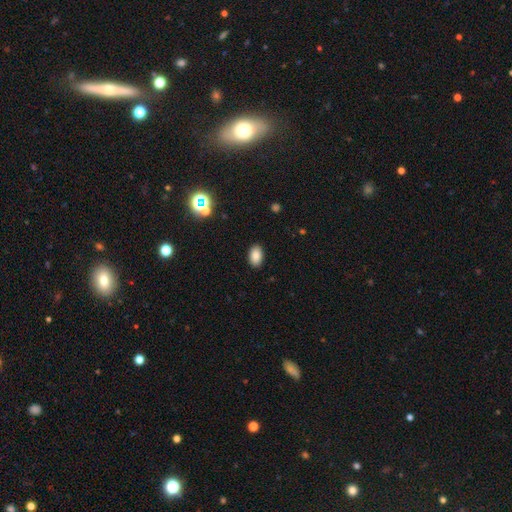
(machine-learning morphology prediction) A smooth galaxy with no disk features (86%) that is in between round and cigar-shaped (91%). Merging: none (89%).